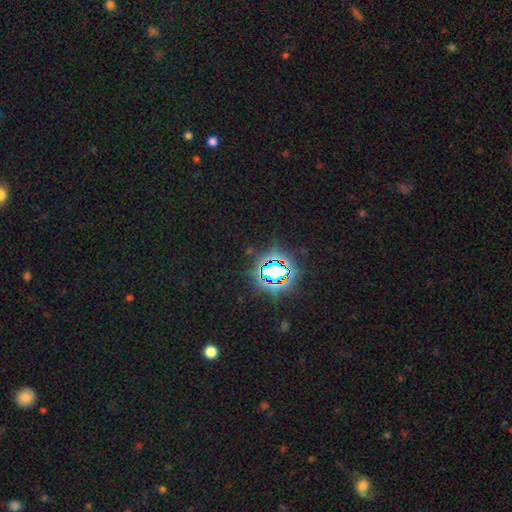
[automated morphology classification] A star or artifact, not a galaxy (80%).

Vote fractions:
- Smooth or featured? star or artifact: 80% / smooth: 13% / featured or disk: 8%